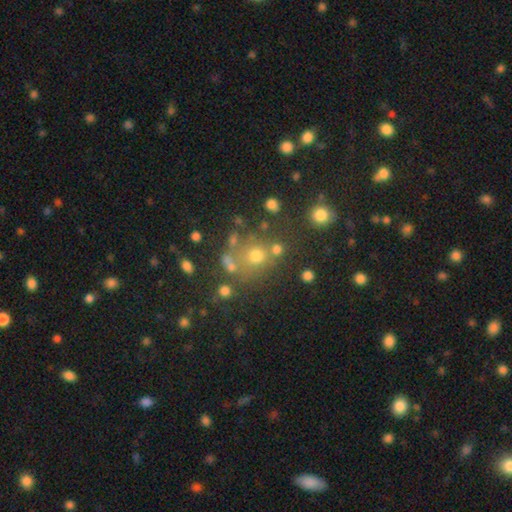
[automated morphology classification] Overall: smooth (51%; star or artifact 33%). How rounded: round (81%). Merging: none (61%; merger 22%).